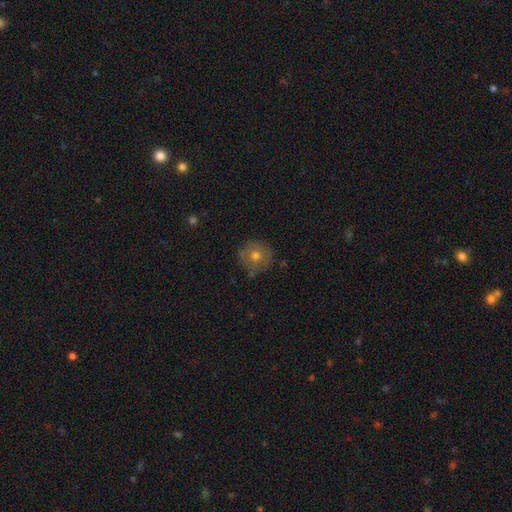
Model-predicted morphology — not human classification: Smooth or featured? smooth (59%)
How rounded? round (94%)
Merging? none (81%)